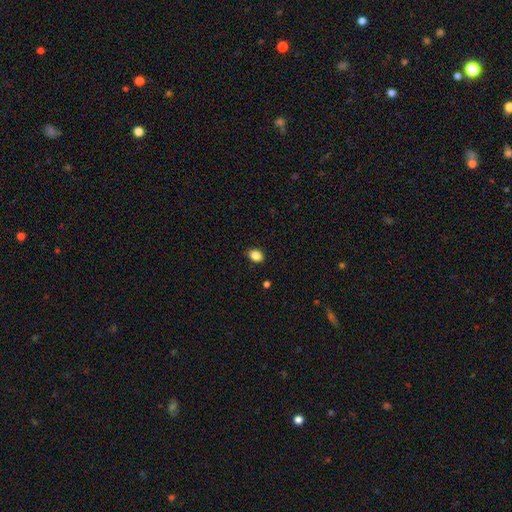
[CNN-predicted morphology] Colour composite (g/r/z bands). It shows a smooth galaxy with no disk features (87%) that is in between round and cigar-shaped (68%). Merging: none (87%).